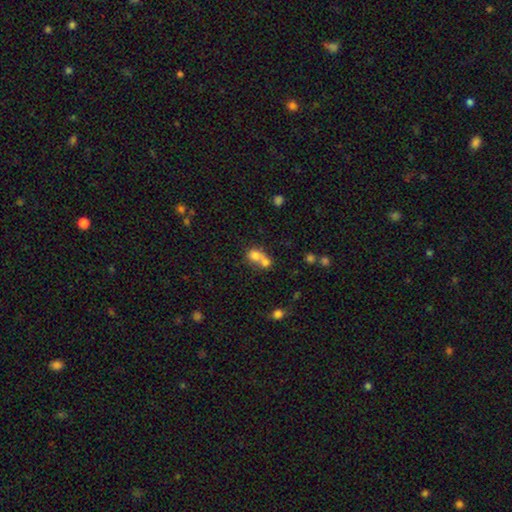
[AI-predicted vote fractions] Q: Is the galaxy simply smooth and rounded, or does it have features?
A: smooth — 72%.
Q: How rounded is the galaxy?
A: round — 60%.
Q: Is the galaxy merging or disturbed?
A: merger — 68%.